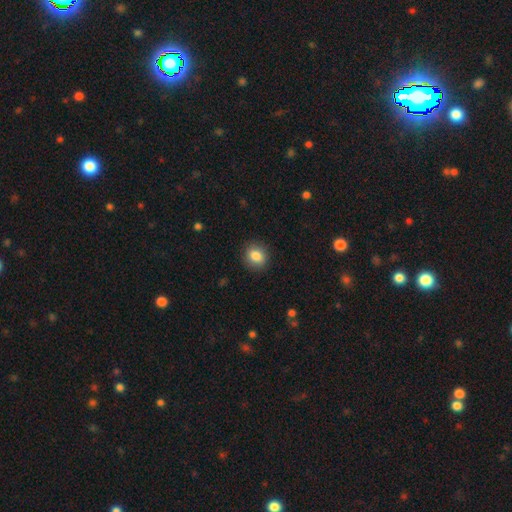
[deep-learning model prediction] Smooth or featured: smooth — 85% (star or artifact — 9%)
How rounded: round — 72% (in between — 27%)
Merging: none — 89% (minor disturbance — 8%)